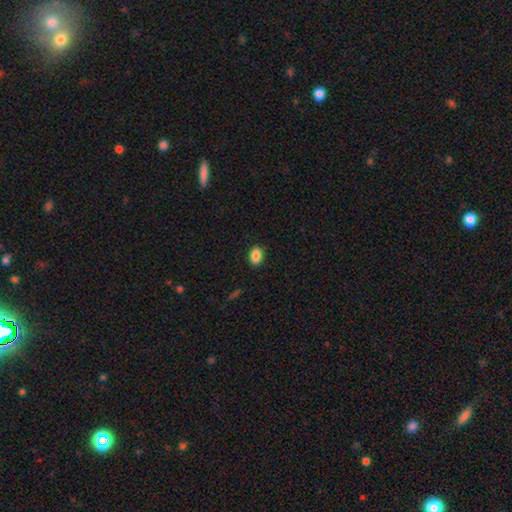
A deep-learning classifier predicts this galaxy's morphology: Smooth or featured: smooth — 87% (star or artifact — 8%)
How rounded: in between — 84% (round — 15%)
Merging: none — 88% (minor disturbance — 9%)